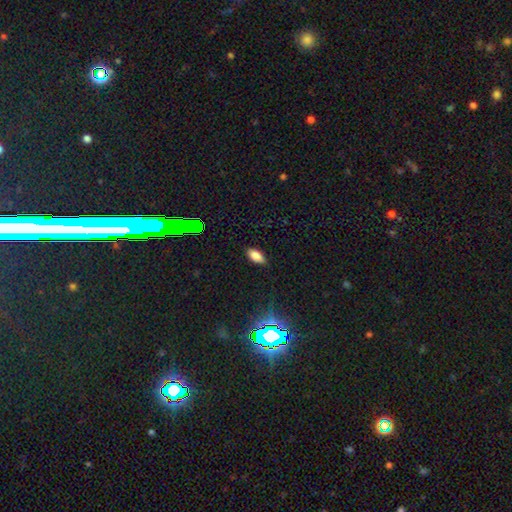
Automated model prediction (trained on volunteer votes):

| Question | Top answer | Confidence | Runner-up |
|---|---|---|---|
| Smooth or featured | smooth | 78% | star or artifact (14%) |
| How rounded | in between | 89% | cigar-shaped (7%) |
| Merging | none | 87% | minor disturbance (10%) |